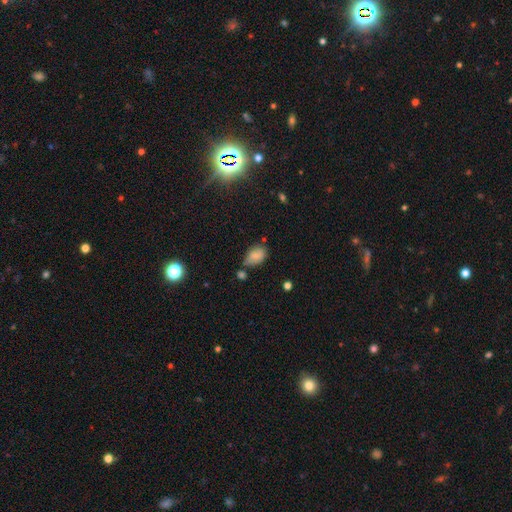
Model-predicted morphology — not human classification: Smooth or featured?
  - smooth: 77% *
  - featured or disk: 12%
  - star or artifact: 11%
How rounded?
  - in between: 88% *
  - round: 11%
  - cigar-shaped: 2%
Merging?
  - none: 52% *
  - minor disturbance: 28%
  - merger: 13%
  - major disturbance: 7%